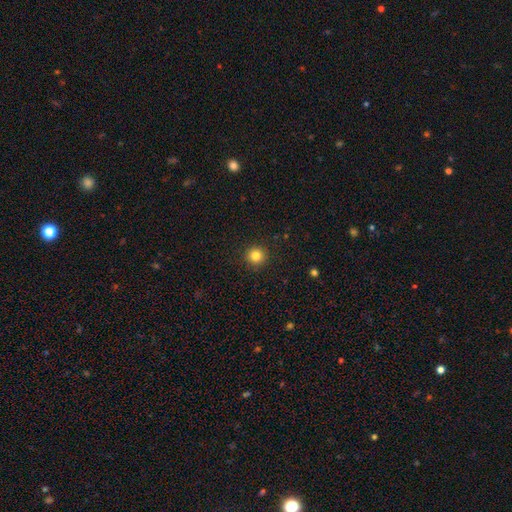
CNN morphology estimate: Overall: smooth (83%). How rounded: round (95%). Merging: none (92%).